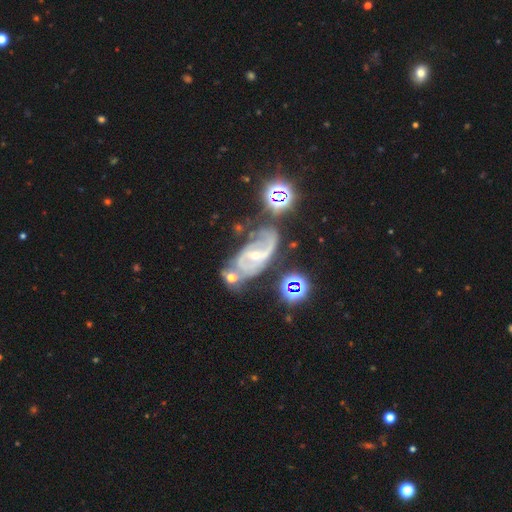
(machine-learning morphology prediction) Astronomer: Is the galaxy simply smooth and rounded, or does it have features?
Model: featured or disk — 83%.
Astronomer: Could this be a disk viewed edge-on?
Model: no — 96%.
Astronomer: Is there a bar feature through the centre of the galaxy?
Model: weak — 42% (runner-up: no, 31%).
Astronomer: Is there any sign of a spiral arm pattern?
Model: yes — 94%.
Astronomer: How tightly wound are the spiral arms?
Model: medium — 46% (runner-up: tight, 37%).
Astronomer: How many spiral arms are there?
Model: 2 — 65%.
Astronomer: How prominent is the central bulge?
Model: small — 68%.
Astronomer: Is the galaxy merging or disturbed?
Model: none — 45% (runner-up: minor disturbance, 24%).